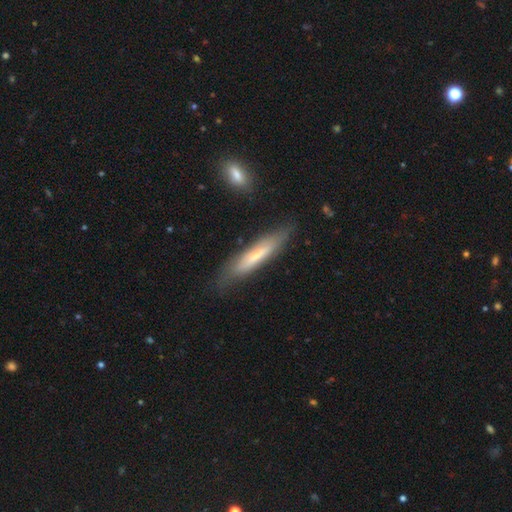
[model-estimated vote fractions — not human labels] Smooth or featured? Predicted: smooth (p=0.56). How rounded? Predicted: cigar-shaped (p=0.85). Merging? Predicted: none (p=0.77).